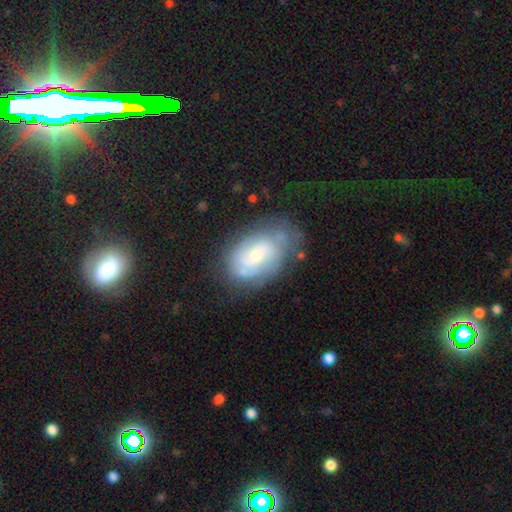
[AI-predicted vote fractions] Overall: featured or disk (65%; smooth 28%). Edge-on disk: no (96%). Bar: no (58%; weak 35%). Spiral arms: yes (79%). Bulge size: small (55%; moderate 37%). Merging: none (57%; minor disturbance 26%).